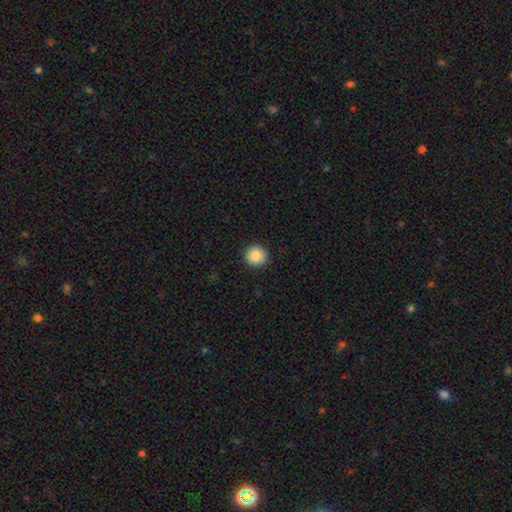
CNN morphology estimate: type=smooth (87%); roundness=round (94%); merging=none (92%).